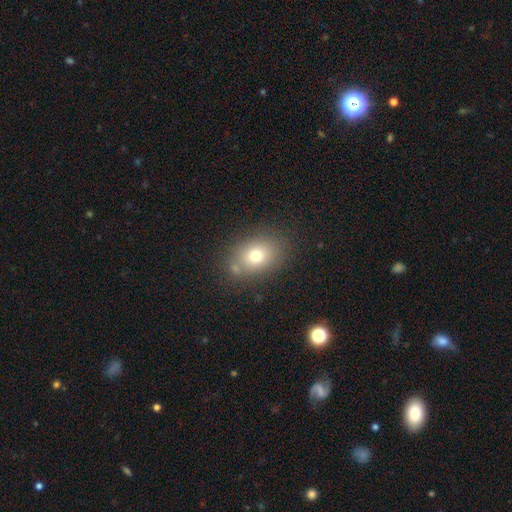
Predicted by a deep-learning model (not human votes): smooth_or_featured: smooth (p=0.74) [alt: featured or disk p=0.14]
how_rounded: in between (p=0.70) [alt: round p=0.28]
merging: none (p=0.74) [alt: minor disturbance p=0.14]